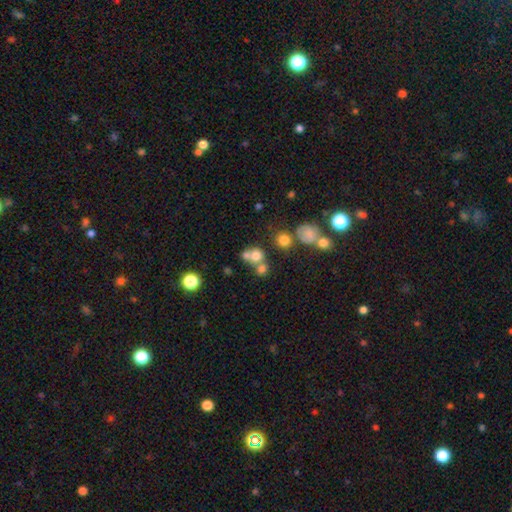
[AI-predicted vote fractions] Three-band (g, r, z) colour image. It shows a smooth galaxy with no disk features (70%) that is round (82%). Merging: merger (45%).